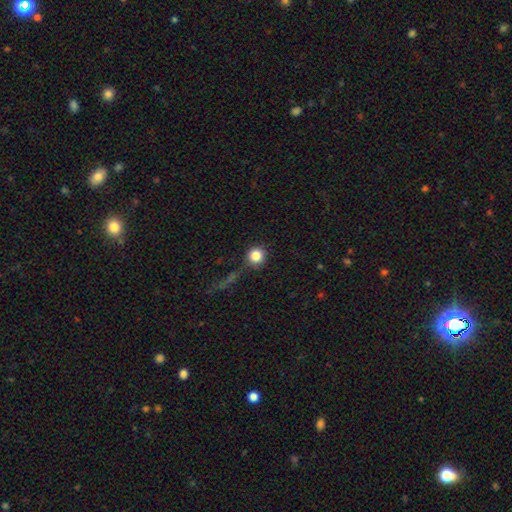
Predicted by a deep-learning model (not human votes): A smooth galaxy with no disk features (83%) that is round (94%). Merging: none (80%).